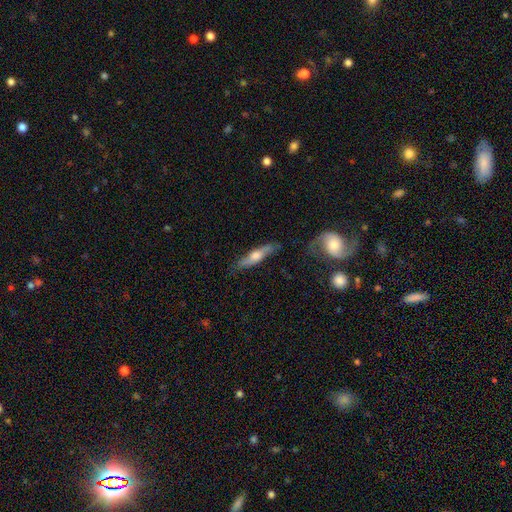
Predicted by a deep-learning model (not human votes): Smooth or featured? featured or disk (52%)
Edge-on disk? yes (77%)
Merging? none (78%)